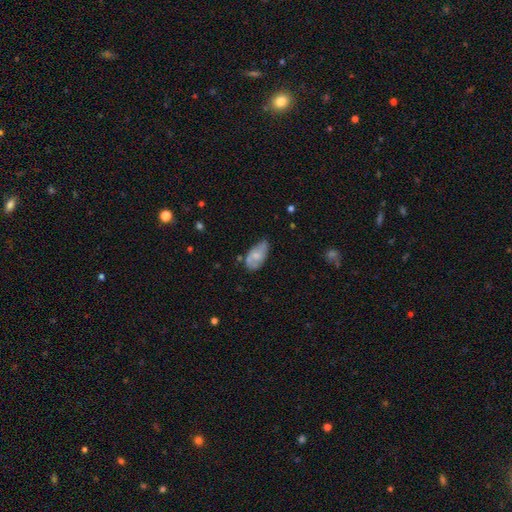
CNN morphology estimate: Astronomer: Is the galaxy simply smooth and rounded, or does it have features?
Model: smooth — 57% (runner-up: featured or disk, 36%).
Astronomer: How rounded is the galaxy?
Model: in between — 93%.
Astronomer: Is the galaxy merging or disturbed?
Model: none — 51% (runner-up: minor disturbance, 35%).